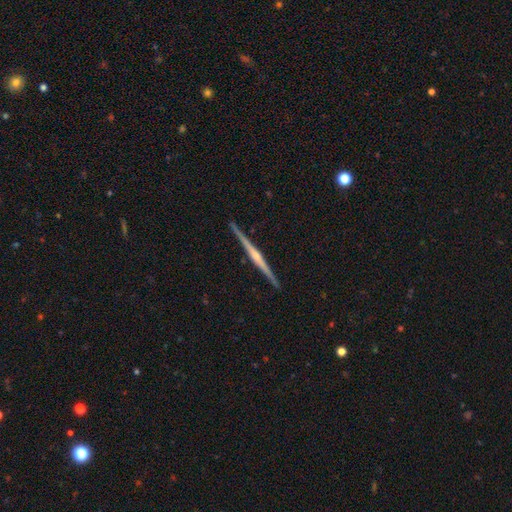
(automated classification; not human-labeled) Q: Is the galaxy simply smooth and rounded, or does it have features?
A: featured or disk — 82%.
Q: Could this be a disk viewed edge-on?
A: yes — 99%.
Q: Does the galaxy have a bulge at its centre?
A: rounded — 69%.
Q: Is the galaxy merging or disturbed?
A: none — 92%.